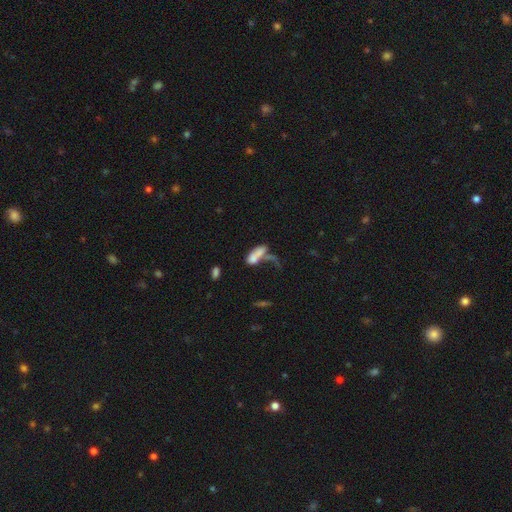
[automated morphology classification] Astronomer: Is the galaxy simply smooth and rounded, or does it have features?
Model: smooth — 64%.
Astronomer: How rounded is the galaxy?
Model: in between — 74%.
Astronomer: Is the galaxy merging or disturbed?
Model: merger — 48% (runner-up: major disturbance, 25%).